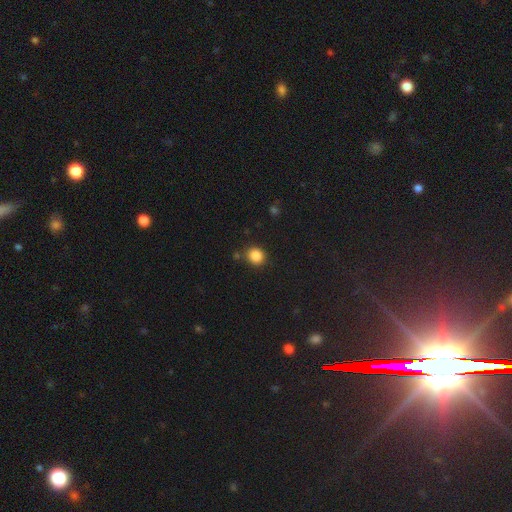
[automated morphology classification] A smooth galaxy with no disk features (86%) that is round (78%). Merging: none (82%).